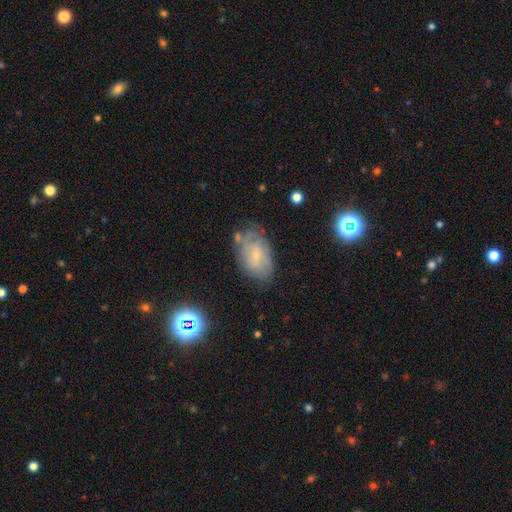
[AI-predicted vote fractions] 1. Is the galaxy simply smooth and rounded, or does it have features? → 52% featured or disk, 37% smooth, 11% star or artifact.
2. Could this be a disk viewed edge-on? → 95% no, 5% yes.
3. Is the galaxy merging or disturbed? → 64% none, 24% minor disturbance, 8% major disturbance, 4% merger.